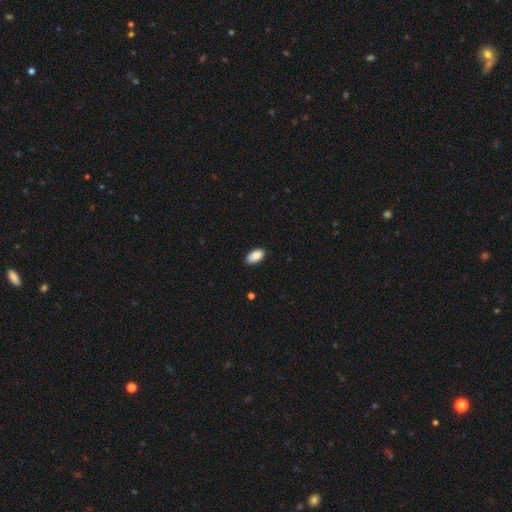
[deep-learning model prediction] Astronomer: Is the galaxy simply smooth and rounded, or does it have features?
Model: smooth — 89%.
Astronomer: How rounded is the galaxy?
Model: in between — 95%.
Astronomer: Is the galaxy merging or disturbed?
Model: none — 85%.